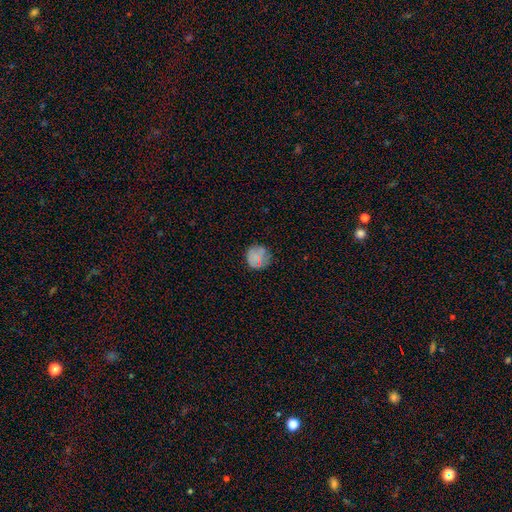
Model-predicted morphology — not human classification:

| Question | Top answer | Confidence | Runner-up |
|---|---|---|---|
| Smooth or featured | smooth | 73% | star or artifact (14%) |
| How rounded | round | 91% | in between (8%) |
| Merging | none | 77% | minor disturbance (16%) |